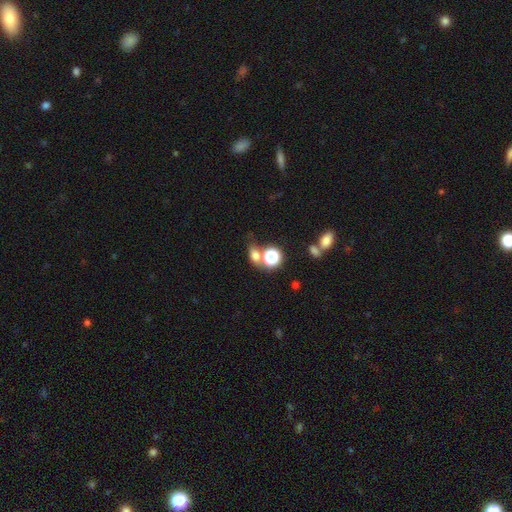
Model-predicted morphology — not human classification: This is likely a smooth galaxy (66%). How rounded: likely in between (60%). Merging: possibly none (54%).